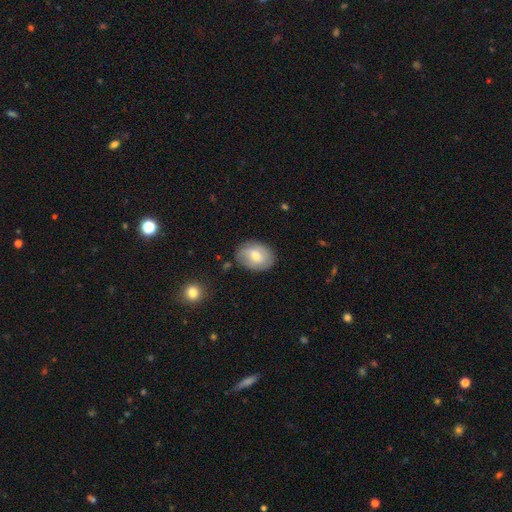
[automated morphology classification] smooth_or_featured: smooth (p=0.58) [alt: featured or disk p=0.34]
how_rounded: in between (p=0.66) [alt: round p=0.33]
merging: none (p=0.76) [alt: minor disturbance p=0.17]